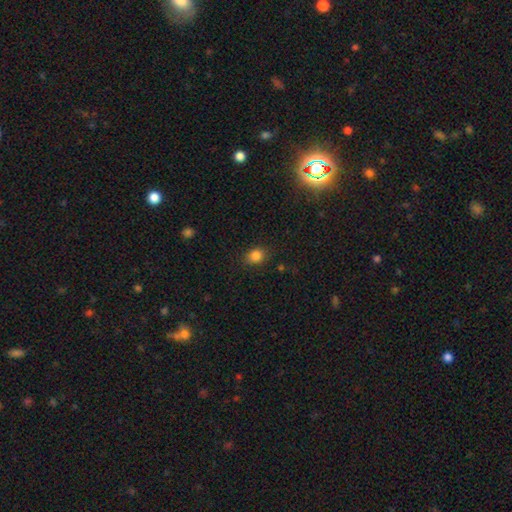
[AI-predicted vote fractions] This is clearly a smooth galaxy (83%). How rounded: possibly round (52%). Merging: clearly none (85%).